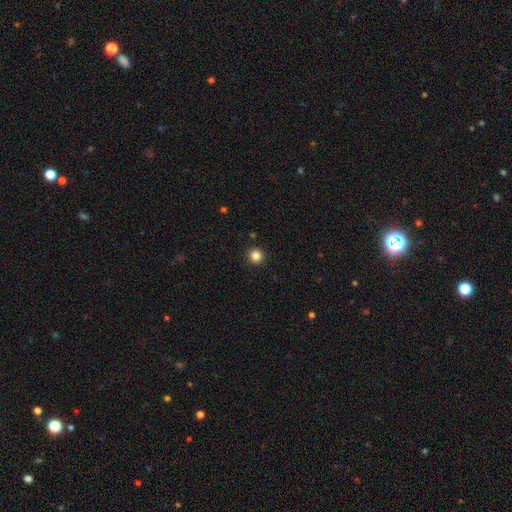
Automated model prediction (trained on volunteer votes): Smooth or featured: smooth — 85% (star or artifact — 11%)
How rounded: round — 95% (in between — 4%)
Merging: none — 93% (minor disturbance — 4%)